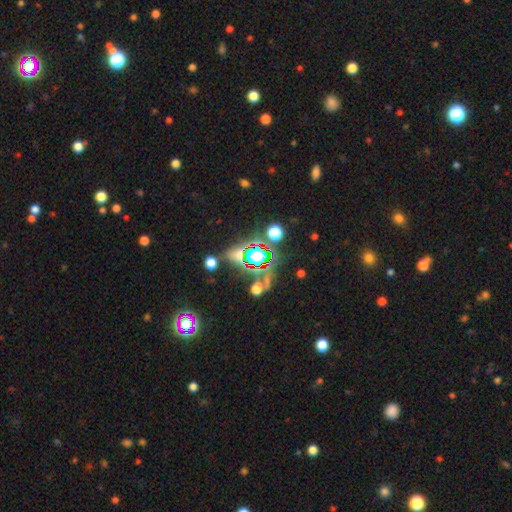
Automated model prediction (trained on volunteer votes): Smooth or featured: star or artifact — 58% (smooth — 28%)